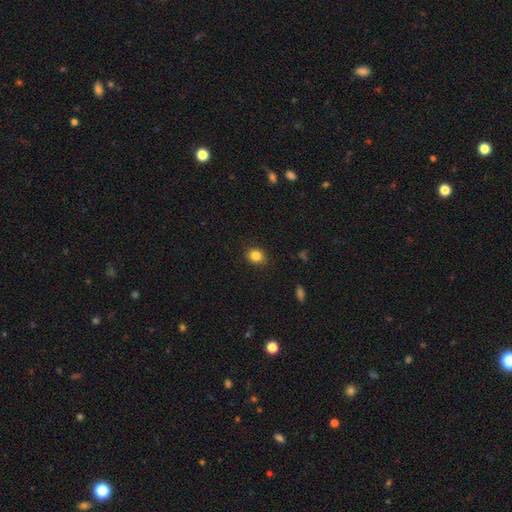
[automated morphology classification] Smooth or featured?
  - smooth: 84% *
  - star or artifact: 11%
  - featured or disk: 5%
How rounded?
  - round: 73% *
  - in between: 26%
  - cigar-shaped: 1%
Merging?
  - none: 89% *
  - minor disturbance: 8%
  - major disturbance: 2%
  - merger: 1%